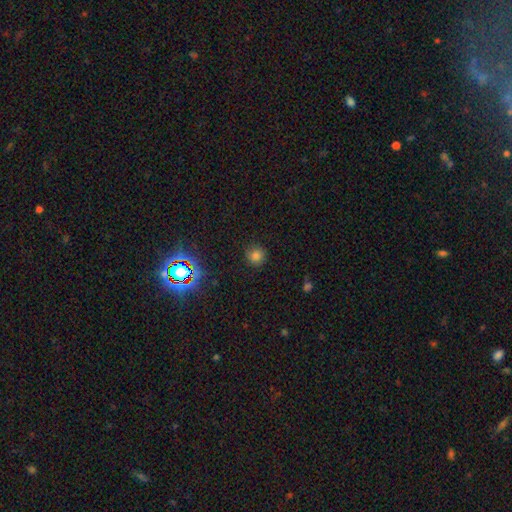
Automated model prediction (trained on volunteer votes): Q: Smooth or featured?
A: smooth (77%); runner-up: star or artifact (18%)
Q: How rounded?
A: round (92%); runner-up: in between (7%)
Q: Merging?
A: none (85%); runner-up: minor disturbance (10%)